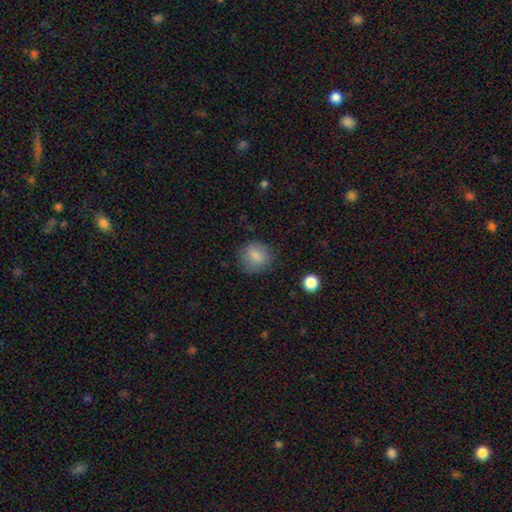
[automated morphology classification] smooth 82%, star or artifact 9%, featured or disk 9%. Down the decision tree: how rounded — round (79%); merging — none (78%).